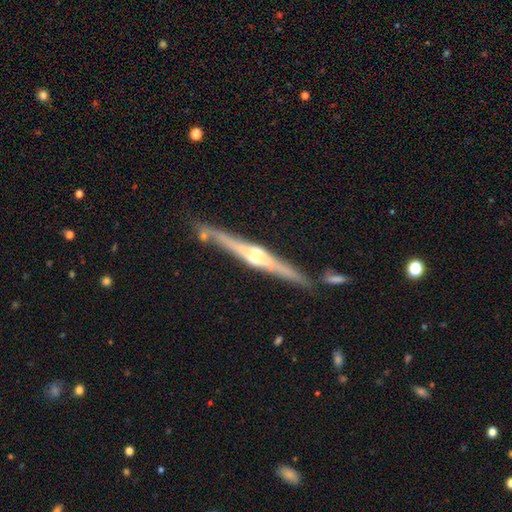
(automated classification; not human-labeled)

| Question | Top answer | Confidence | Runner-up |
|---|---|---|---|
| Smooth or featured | featured or disk | 81% | smooth (14%) |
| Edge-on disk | yes | 97% | no (3%) |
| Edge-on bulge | rounded | 76% | boxy (17%) |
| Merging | none | 82% | minor disturbance (11%) |